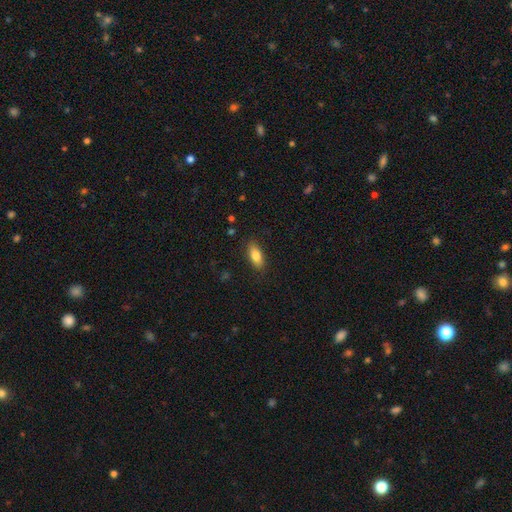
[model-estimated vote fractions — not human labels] A smooth galaxy with no disk features (82%) that is in between round and cigar-shaped (82%).

Vote fractions:
- Smooth or featured? smooth: 82% / featured or disk: 11% / star or artifact: 7%
- How rounded? in between: 82% / cigar-shaped: 15% / round: 3%
- Merging? none: 86% / minor disturbance: 11% / major disturbance: 3% / merger: 1%